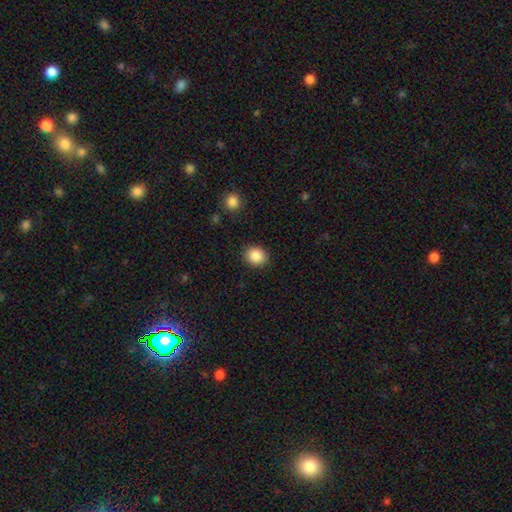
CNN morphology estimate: Q: Smooth or featured?
A: smooth (87%); runner-up: star or artifact (9%)
Q: How rounded?
A: round (76%); runner-up: in between (23%)
Q: Merging?
A: none (89%); runner-up: minor disturbance (7%)